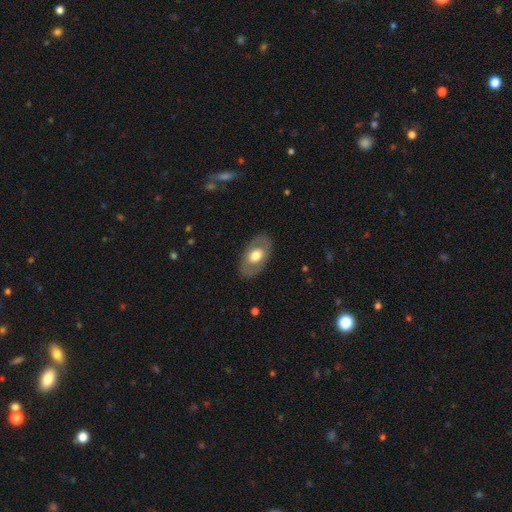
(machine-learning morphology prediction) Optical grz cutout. It shows a smooth galaxy with no disk features (52%) that is in between round and cigar-shaped (89%). Merging: none (83%).